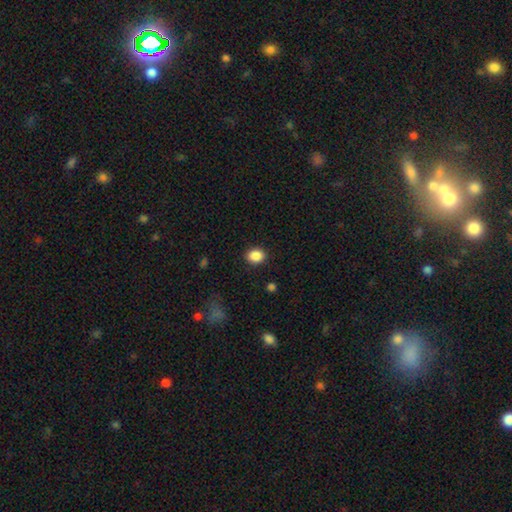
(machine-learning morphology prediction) type=smooth (88%); roundness=round (53%); merging=none (89%).